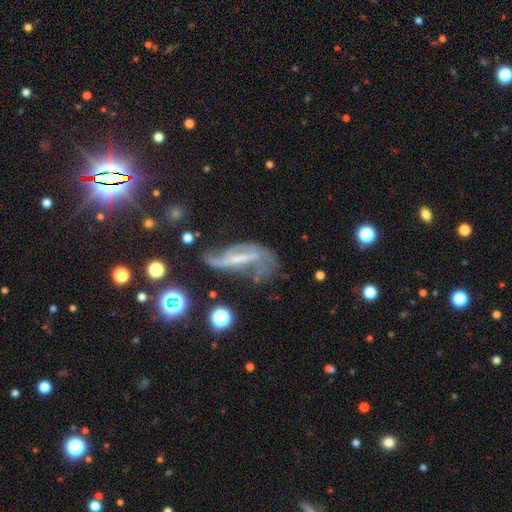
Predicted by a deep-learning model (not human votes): Smooth or featured? Predicted: featured or disk (p=0.69). Edge-on disk? Predicted: no (p=0.84). Bar? Predicted: strong (p=0.39). Spiral arms? Predicted: yes (p=0.73). Bulge size? Predicted: small (p=0.39). Merging? Predicted: major disturbance (p=0.35).